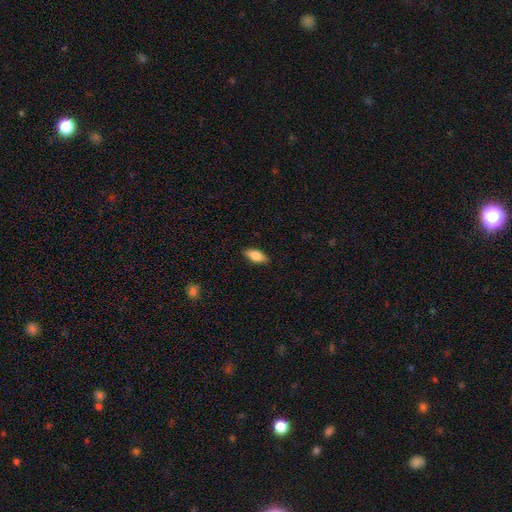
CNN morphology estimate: This appears to be a smooth galaxy with no disk features (79%) that is in between round and cigar-shaped (85%). Merging: none (88%).